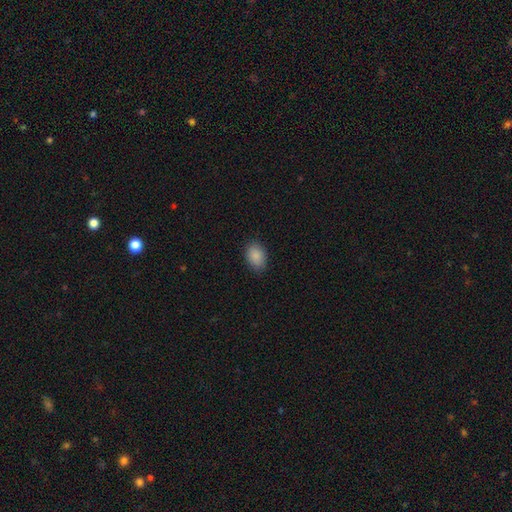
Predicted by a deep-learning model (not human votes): Smooth or featured?
  - smooth: 88% *
  - star or artifact: 8%
  - featured or disk: 4%
How rounded?
  - in between: 80% *
  - round: 18%
  - cigar-shaped: 1%
Merging?
  - none: 85% *
  - minor disturbance: 12%
  - major disturbance: 3%
  - merger: 1%